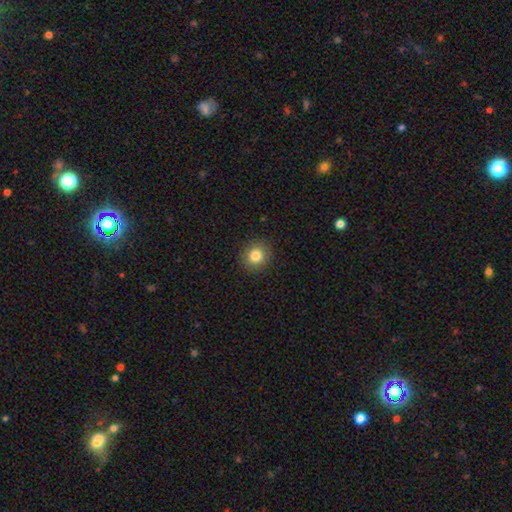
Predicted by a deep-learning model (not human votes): Smooth or featured? Predicted: smooth (p=0.83). How rounded? Predicted: round (p=0.88). Merging? Predicted: none (p=0.91).